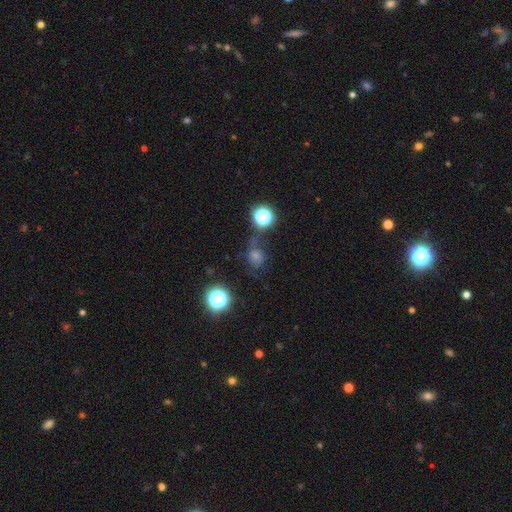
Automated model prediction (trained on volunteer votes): A smooth galaxy with no disk features (57%) that is round (67%).

Vote fractions:
- Smooth or featured? smooth: 57% / star or artifact: 25% / featured or disk: 18%
- How rounded? round: 67% / in between: 32% / cigar-shaped: 1%
- Merging? none: 46% / minor disturbance: 25% / major disturbance: 19% / merger: 10%